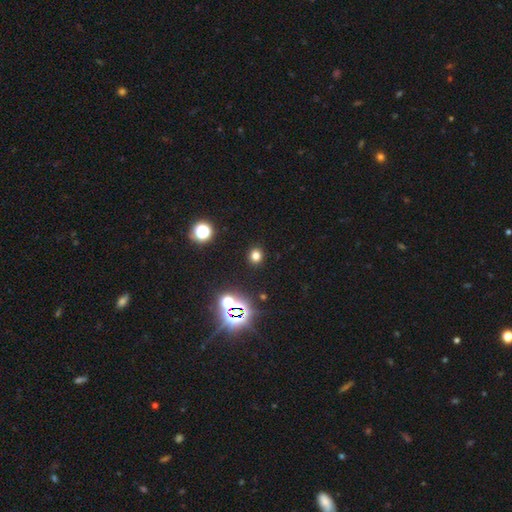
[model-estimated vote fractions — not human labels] Smooth or featured?
  - smooth: 74% *
  - star or artifact: 21%
  - featured or disk: 5%
How rounded?
  - round: 82% *
  - in between: 17%
  - cigar-shaped: 1%
Merging?
  - none: 91% *
  - minor disturbance: 5%
  - major disturbance: 2%
  - merger: 1%